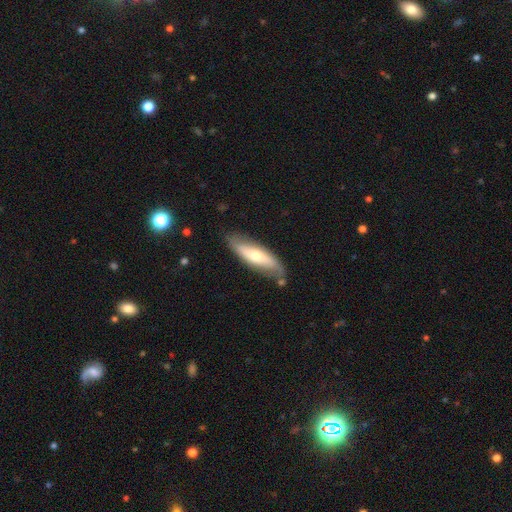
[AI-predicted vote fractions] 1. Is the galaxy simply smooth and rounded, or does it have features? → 56% smooth, 39% featured or disk, 5% star or artifact.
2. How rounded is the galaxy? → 56% cigar-shaped, 42% in between, 2% round.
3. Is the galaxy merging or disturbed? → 72% none, 19% minor disturbance, 4% major disturbance, 4% merger.